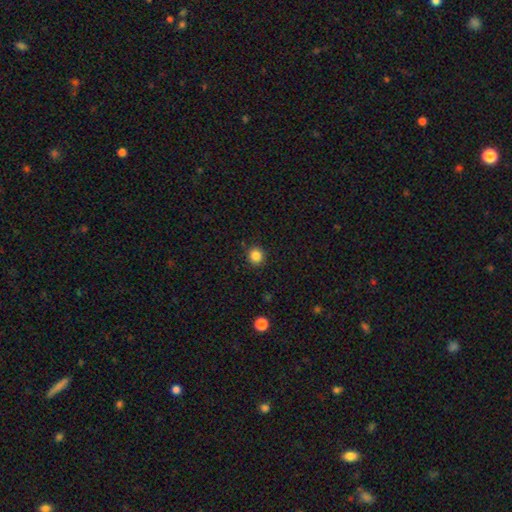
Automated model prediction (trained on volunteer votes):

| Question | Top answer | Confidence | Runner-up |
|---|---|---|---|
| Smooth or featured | smooth | 85% | star or artifact (11%) |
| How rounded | round | 91% | in between (8%) |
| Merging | none | 90% | minor disturbance (7%) |